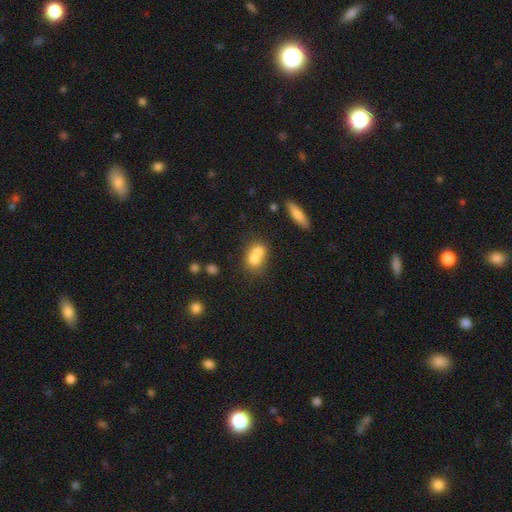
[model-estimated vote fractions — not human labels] smooth_or_featured: smooth (p=0.70) [alt: featured or disk p=0.20]
how_rounded: in between (p=0.50) [alt: round p=0.47]
merging: merger (p=0.66) [alt: none p=0.23]